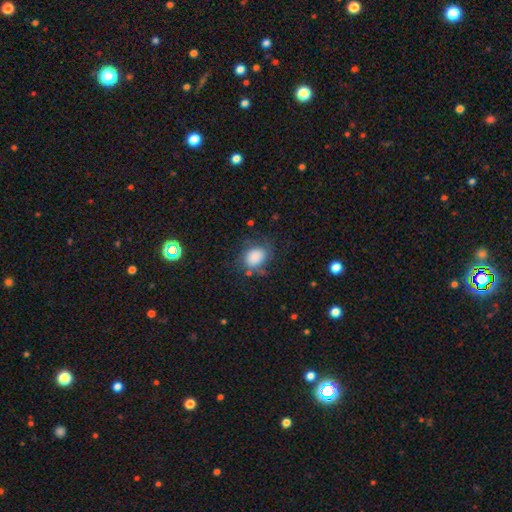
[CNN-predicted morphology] The model was most divided on "how rounded": in between: 55%, round: 44%, cigar-shaped: 1%. More confident: smooth or featured — smooth (77%); merging — none (59%).